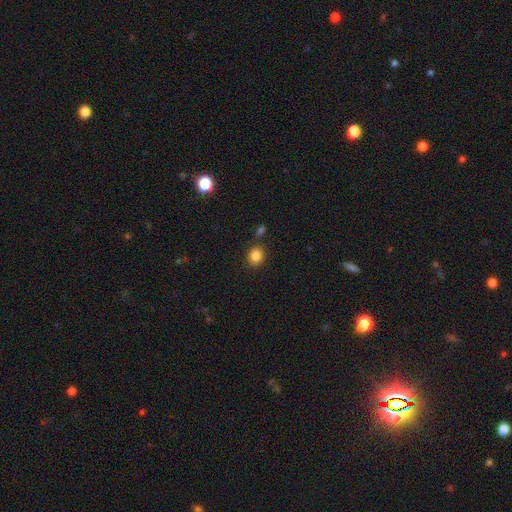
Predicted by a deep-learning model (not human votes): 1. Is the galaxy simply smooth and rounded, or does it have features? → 85% smooth, 10% star or artifact, 5% featured or disk.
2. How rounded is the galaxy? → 62% round, 37% in between, 1% cigar-shaped.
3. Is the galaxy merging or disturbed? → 81% none, 10% minor disturbance, 6% merger, 3% major disturbance.